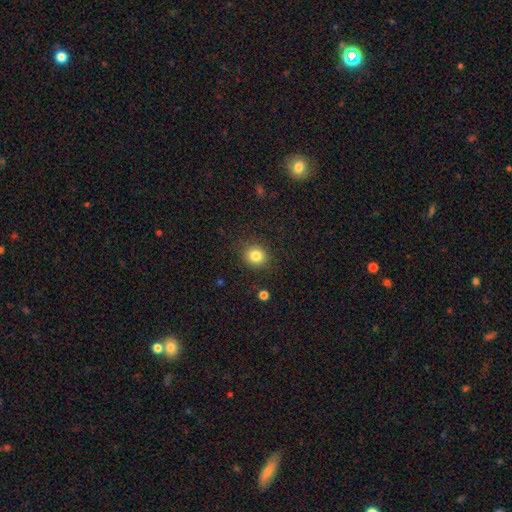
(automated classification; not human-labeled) Overall: smooth (82%). How rounded: round (83%). Merging: none (88%).